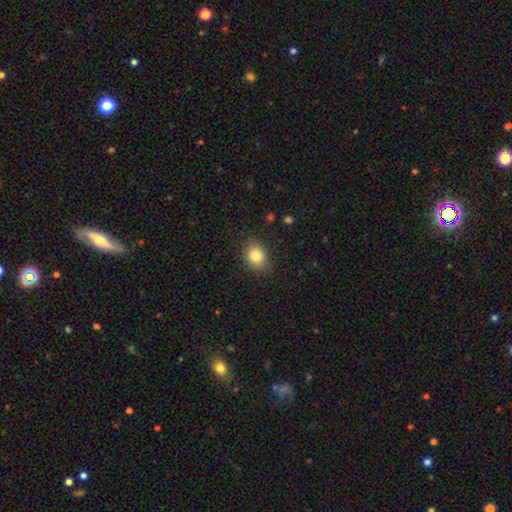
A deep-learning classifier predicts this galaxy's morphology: Smooth or featured? smooth (83%)
How rounded? in between (51%)
Merging? none (88%)